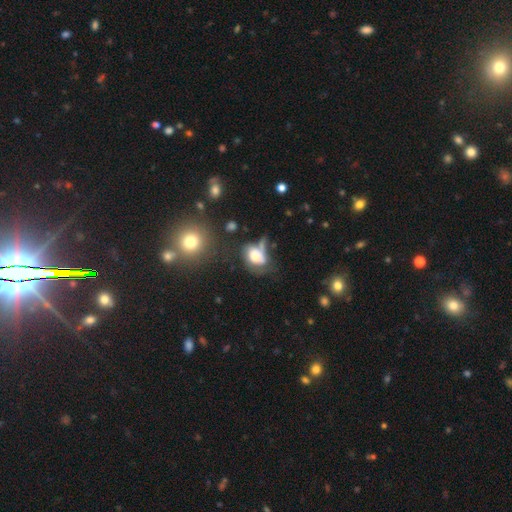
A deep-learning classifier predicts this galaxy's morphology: smooth_or_featured: smooth (p=0.62) [alt: featured or disk p=0.27]
how_rounded: in between (p=0.74) [alt: round p=0.24]
merging: none (p=0.27) [tied with: major disturbance p=0.27]